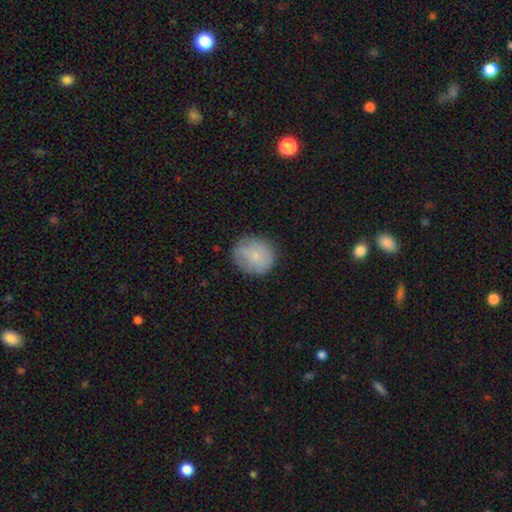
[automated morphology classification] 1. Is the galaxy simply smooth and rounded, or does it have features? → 79% smooth, 14% featured or disk, 7% star or artifact.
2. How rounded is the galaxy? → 83% round, 16% in between, 1% cigar-shaped.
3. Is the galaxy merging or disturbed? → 80% none, 15% minor disturbance, 4% major disturbance, 1% merger.